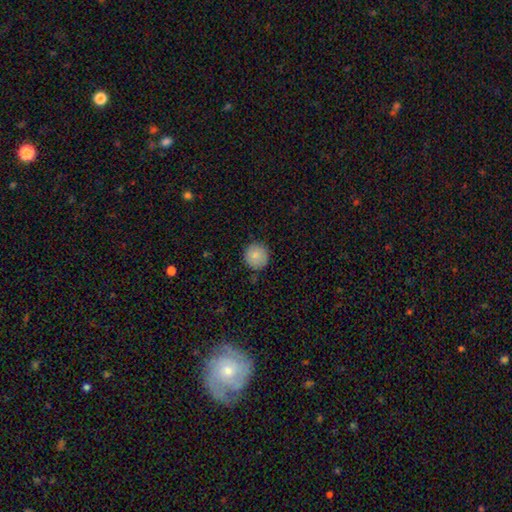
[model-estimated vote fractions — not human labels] Smooth or featured?
  - smooth: 85% *
  - star or artifact: 8%
  - featured or disk: 7%
How rounded?
  - round: 94% *
  - in between: 5%
  - cigar-shaped: 1%
Merging?
  - none: 87% *
  - minor disturbance: 10%
  - major disturbance: 2%
  - merger: 1%